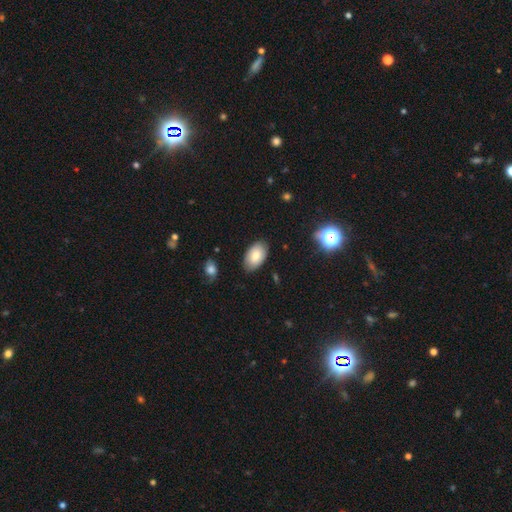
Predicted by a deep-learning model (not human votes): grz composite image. It shows a smooth galaxy with no disk features (78%) that is in between round and cigar-shaped (94%). Merging: none (83%).